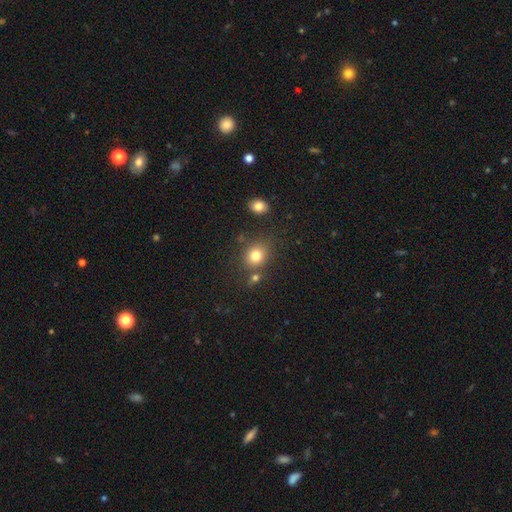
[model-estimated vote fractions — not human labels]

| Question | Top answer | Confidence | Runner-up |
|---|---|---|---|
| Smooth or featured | smooth | 79% | star or artifact (13%) |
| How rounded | round | 69% | in between (30%) |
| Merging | none | 72% | minor disturbance (12%) |